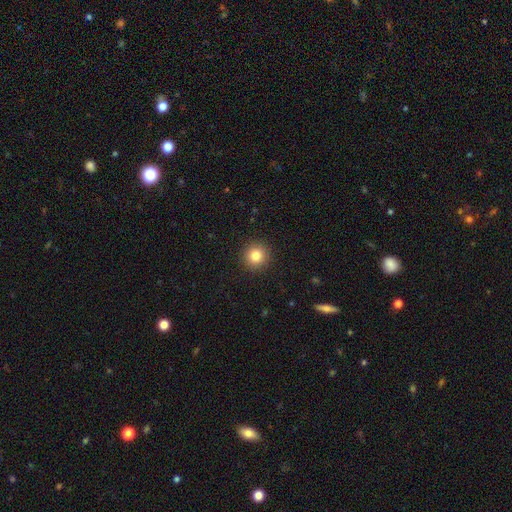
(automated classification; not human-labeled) Smooth or featured: smooth — 83% (star or artifact — 11%)
How rounded: round — 94% (in between — 5%)
Merging: none — 92% (minor disturbance — 5%)